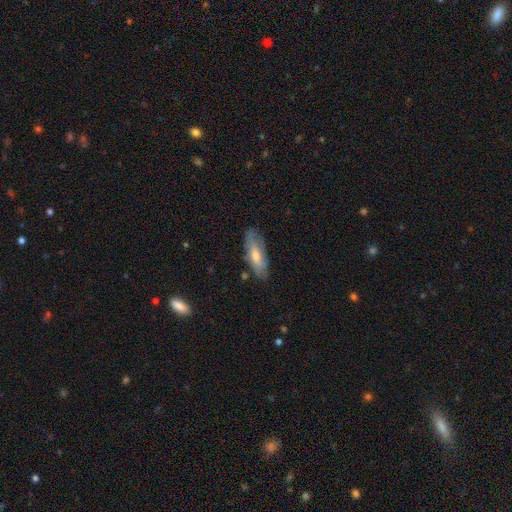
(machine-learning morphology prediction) Overall: smooth (51%; featured or disk 42%). How rounded: in between (60%; cigar-shaped 38%). Merging: none (76%).